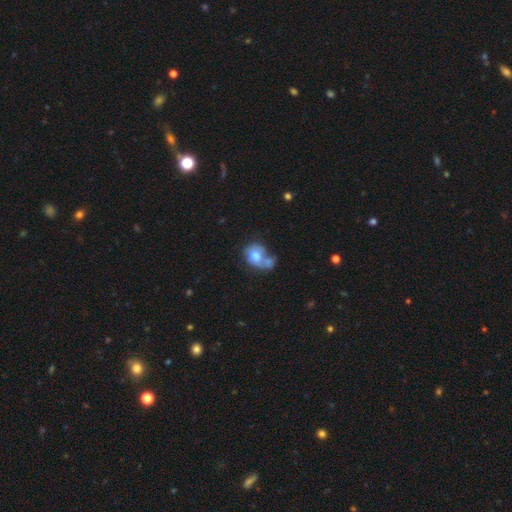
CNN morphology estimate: smooth_or_featured: smooth (p=0.66) [alt: featured or disk p=0.26]
how_rounded: round (p=0.52) [alt: in between p=0.47]
merging: merger (p=0.52) [alt: none p=0.21]